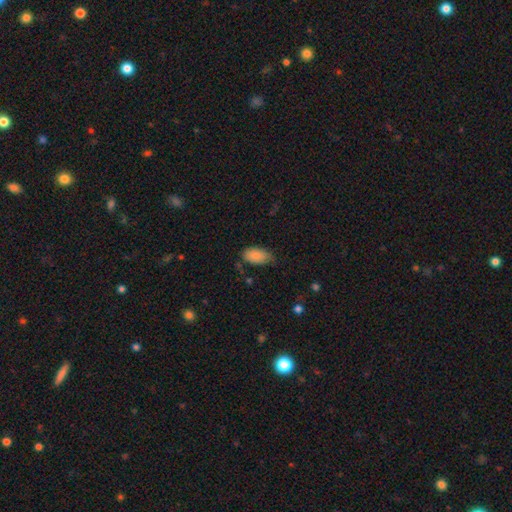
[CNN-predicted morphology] A smooth galaxy with no disk features (87%) that is in between round and cigar-shaped (94%). Merging: none (59%).